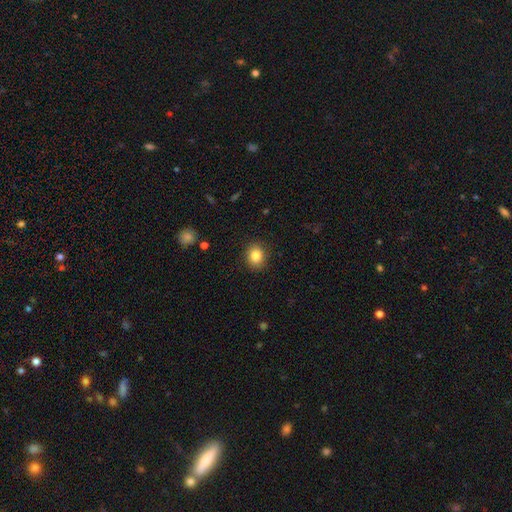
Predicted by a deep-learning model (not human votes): Q: Smooth or featured?
A: smooth (83%); runner-up: star or artifact (10%)
Q: How rounded?
A: round (71%); runner-up: in between (28%)
Q: Merging?
A: none (89%); runner-up: minor disturbance (7%)